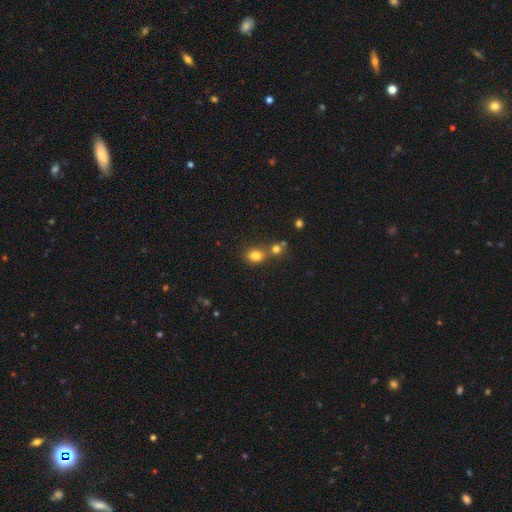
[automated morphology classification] type=smooth (79%); roundness=round (51%); merging=none (51%).